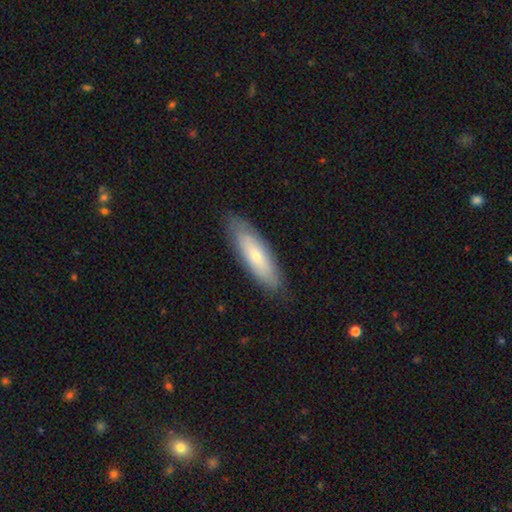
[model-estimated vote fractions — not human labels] This appears to be a smooth galaxy with no disk features (60%) that is cigar-shaped (50%). Merging: none (83%).